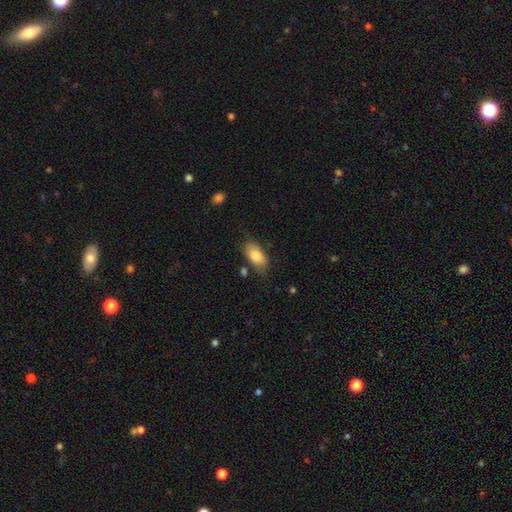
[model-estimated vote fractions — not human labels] Smooth or featured? Predicted: smooth (p=0.82). How rounded? Predicted: in between (p=0.92). Merging? Predicted: none (p=0.72).